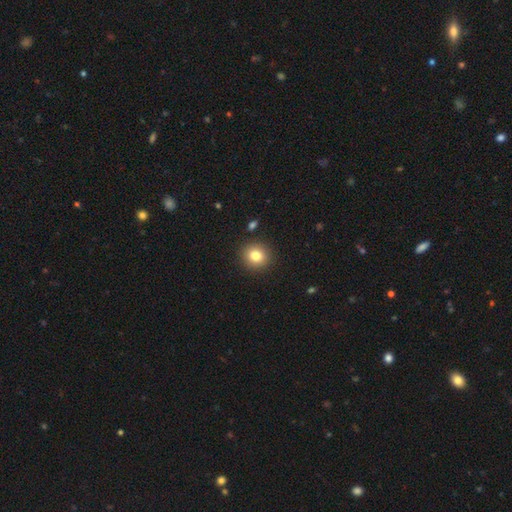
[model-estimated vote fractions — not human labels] The model was most divided on "smooth or featured": smooth: 81%, star or artifact: 11%, featured or disk: 8%. More confident: merging — none (90%); how rounded — round (86%).